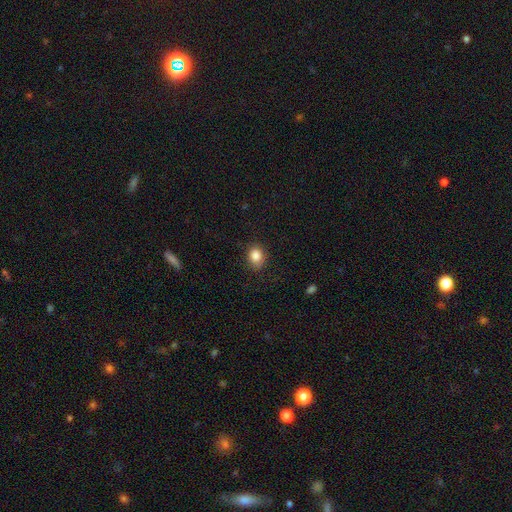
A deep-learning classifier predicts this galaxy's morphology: smooth_or_featured: smooth (p=0.85) [alt: star or artifact p=0.10]
how_rounded: round (p=0.56) [alt: in between p=0.43]
merging: none (p=0.84) [alt: minor disturbance p=0.12]